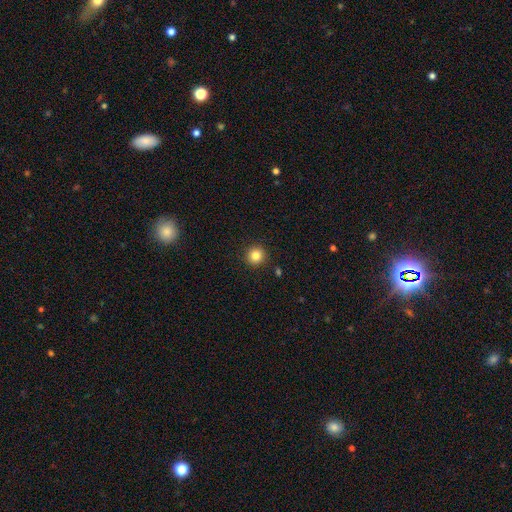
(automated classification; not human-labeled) smooth 83%, star or artifact 11%, featured or disk 5%. Down the decision tree: how rounded — round (95%); merging — none (92%).